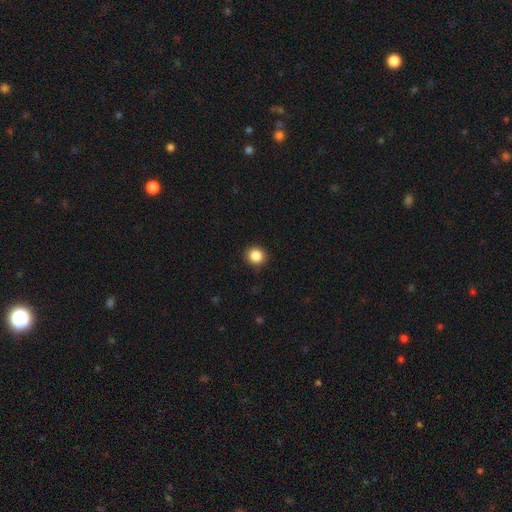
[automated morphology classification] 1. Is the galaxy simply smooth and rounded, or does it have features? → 86% smooth, 10% star or artifact, 4% featured or disk.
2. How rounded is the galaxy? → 91% round, 8% in between, 1% cigar-shaped.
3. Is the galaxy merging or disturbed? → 90% none, 7% minor disturbance, 2% major disturbance, 1% merger.